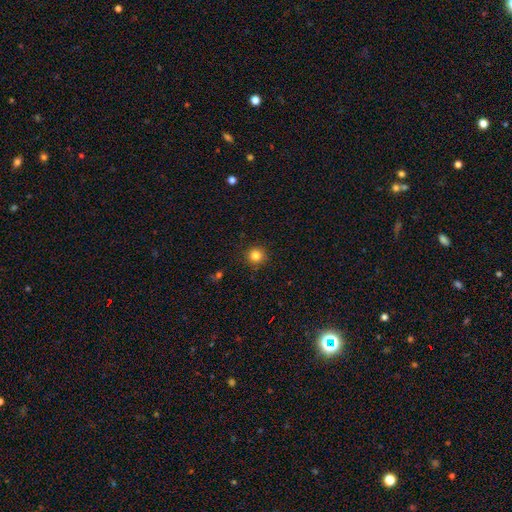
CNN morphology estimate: This appears to be a smooth galaxy with no disk features (83%) that is round (94%). Merging: none (91%).